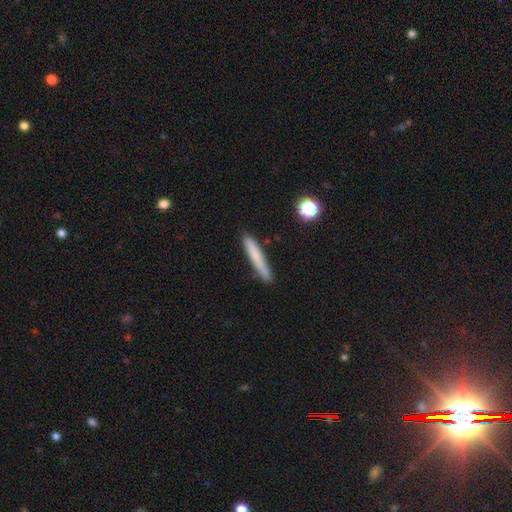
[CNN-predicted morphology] Smooth or featured: smooth — 72% (featured or disk — 20%)
How rounded: cigar-shaped — 95% (in between — 4%)
Merging: none — 82% (minor disturbance — 13%)